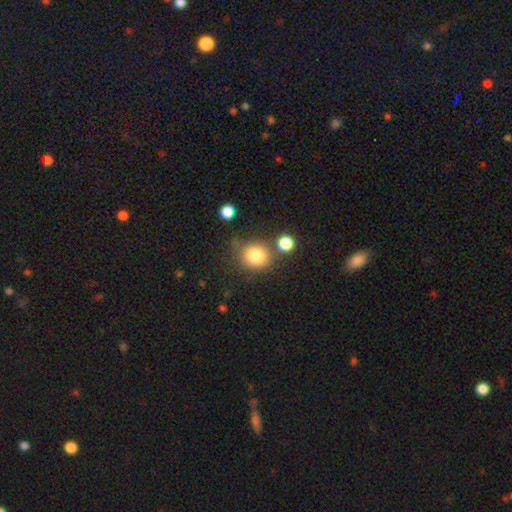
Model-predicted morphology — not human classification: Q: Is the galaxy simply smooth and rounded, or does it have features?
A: smooth — 81%.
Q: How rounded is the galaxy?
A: round — 83%.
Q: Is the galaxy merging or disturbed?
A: none — 71%.